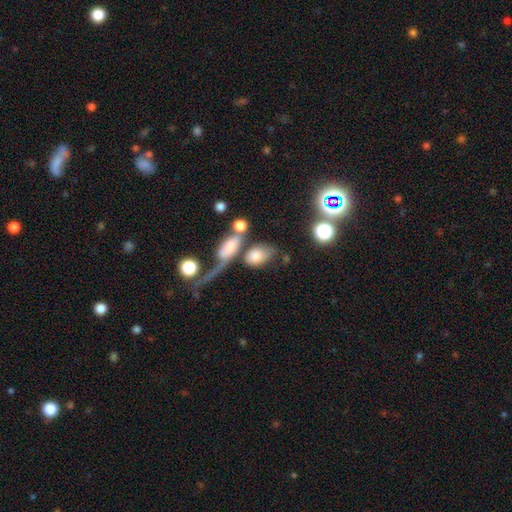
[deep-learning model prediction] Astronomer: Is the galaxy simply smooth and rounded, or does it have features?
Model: smooth — 74%.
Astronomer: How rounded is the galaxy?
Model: in between — 82%.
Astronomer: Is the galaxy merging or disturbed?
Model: merger — 42% (runner-up: none, 28%).